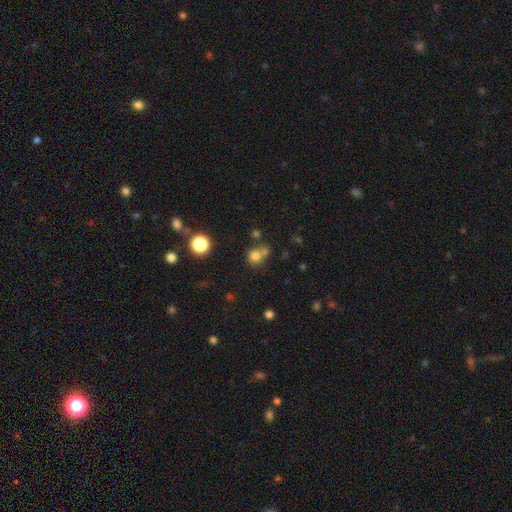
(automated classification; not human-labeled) This appears to be a smooth galaxy with no disk features (76%) that is round (82%). Merging: none (50%).